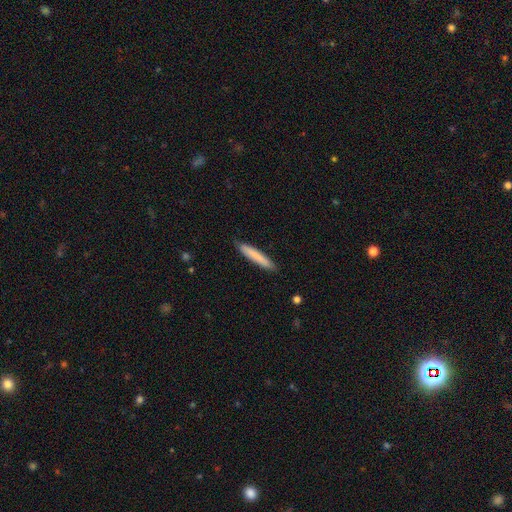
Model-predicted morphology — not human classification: Smooth or featured? Predicted: smooth (p=0.80). How rounded? Predicted: cigar-shaped (p=0.93). Merging? Predicted: none (p=0.87).